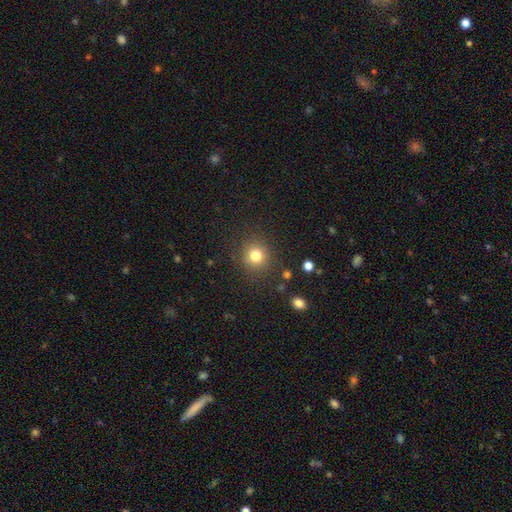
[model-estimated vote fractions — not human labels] smooth 80%, star or artifact 13%, featured or disk 7%. Down the decision tree: how rounded — round (89%); merging — none (86%).